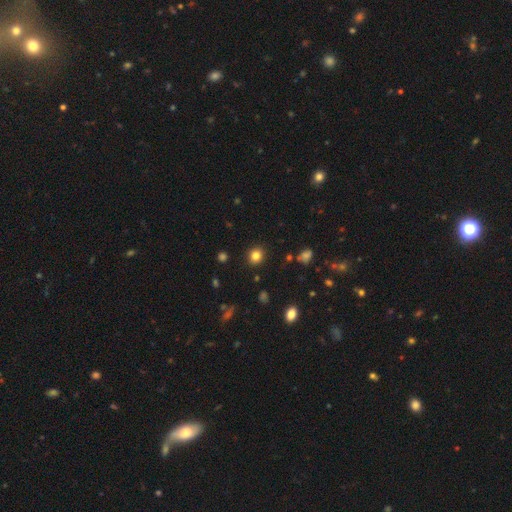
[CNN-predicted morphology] Smooth or featured?
  - smooth: 83% *
  - star or artifact: 12%
  - featured or disk: 5%
How rounded?
  - round: 80% *
  - in between: 19%
  - cigar-shaped: 1%
Merging?
  - none: 90% *
  - minor disturbance: 6%
  - major disturbance: 2%
  - merger: 1%